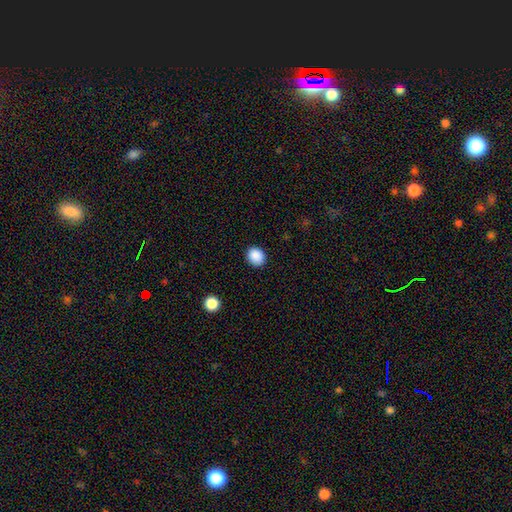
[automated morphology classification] Q: Smooth or featured?
A: smooth (88%); runner-up: star or artifact (9%)
Q: How rounded?
A: round (75%); runner-up: in between (25%)
Q: Merging?
A: none (90%); runner-up: minor disturbance (7%)